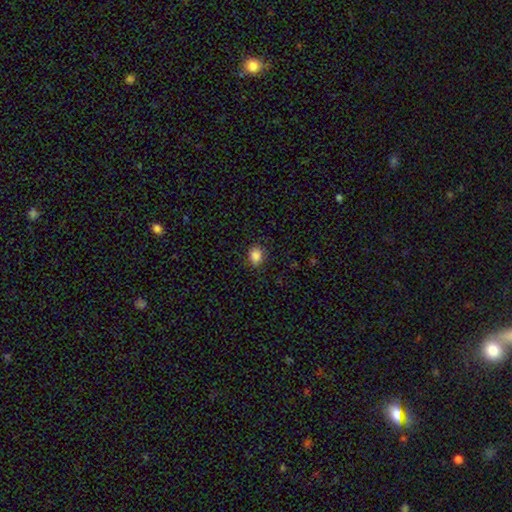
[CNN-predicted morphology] This appears to be a smooth galaxy with no disk features (86%) that is round (58%). Merging: none (88%).